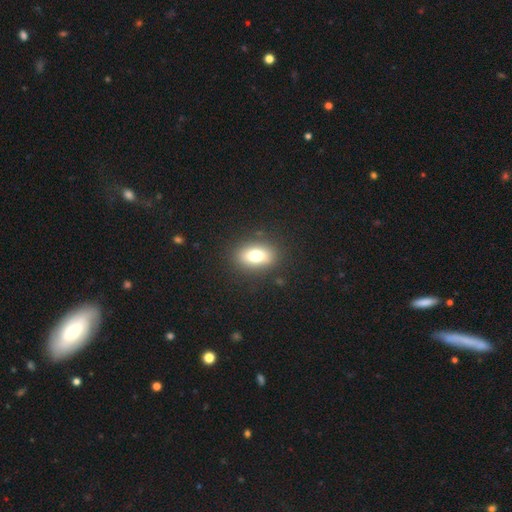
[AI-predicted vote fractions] A smooth galaxy with no disk features (74%) that is in between round and cigar-shaped (79%). Merging: none (86%).